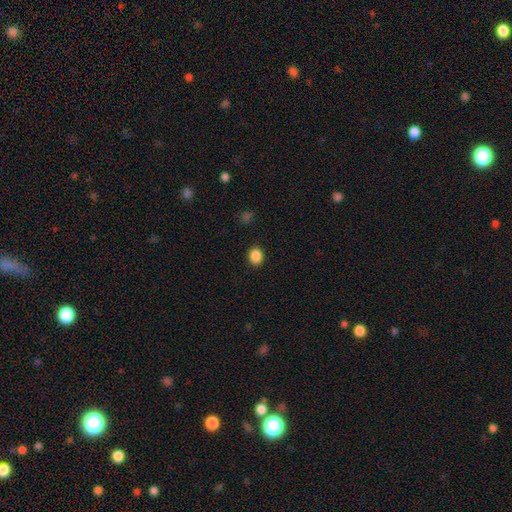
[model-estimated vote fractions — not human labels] Smooth or featured? Predicted: smooth (p=0.87). How rounded? Predicted: round (p=0.54). Merging? Predicted: none (p=0.90).